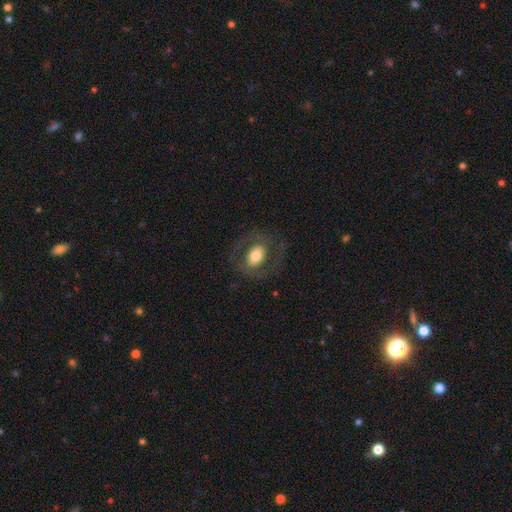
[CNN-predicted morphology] Q: Smooth or featured?
A: smooth (53%); runner-up: featured or disk (40%)
Q: How rounded?
A: in between (70%); runner-up: round (28%)
Q: Merging?
A: none (74%); runner-up: minor disturbance (13%)